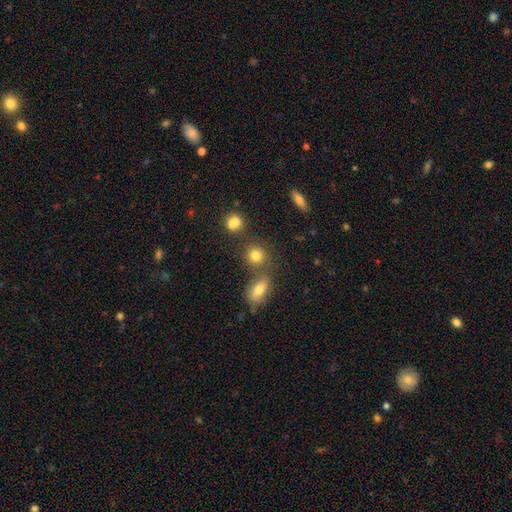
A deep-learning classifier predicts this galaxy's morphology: smooth 80%, star or artifact 13%, featured or disk 7%. Down the decision tree: how rounded — round (81%); merging — none (66%).